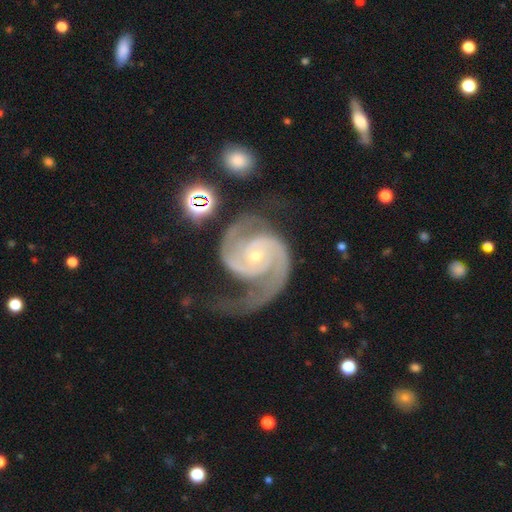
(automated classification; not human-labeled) smooth_or_featured: featured or disk (p=0.93) [alt: star or artifact p=0.04]
disk_edge_on: no (p=0.98) [alt: yes p=0.02]
bar: no (p=0.63) [alt: weak p=0.27]
has_spiral_arms: yes (p=0.99) [alt: no p=0.01]
spiral_winding: medium (p=0.54) [alt: tight p=0.35]
spiral_arm_count: 2 (p=0.91) [alt: 3 p=0.03]
bulge_size: small (p=0.63) [alt: moderate p=0.34]
merging: none (p=0.63) [alt: minor disturbance p=0.19]